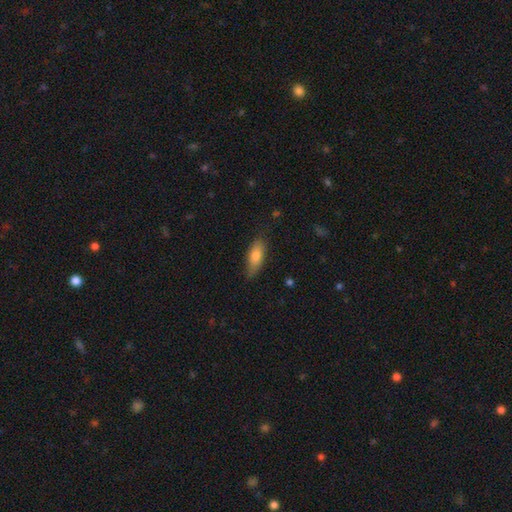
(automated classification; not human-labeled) Morphology: type=smooth (76%); roundness=in between (69%); merging=none (77%).